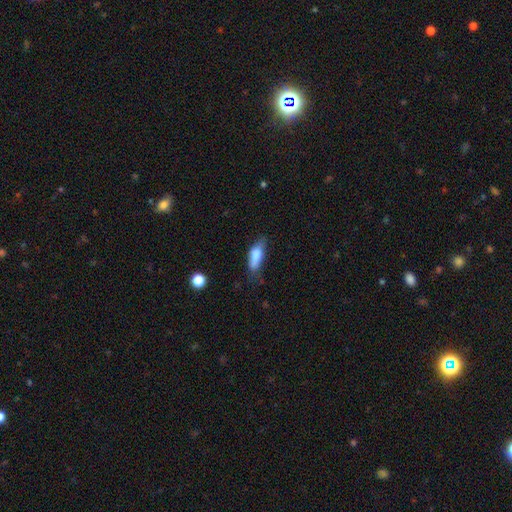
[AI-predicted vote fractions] Smooth or featured?
  - smooth: 80% *
  - featured or disk: 12%
  - star or artifact: 8%
How rounded?
  - in between: 67% *
  - cigar-shaped: 31%
  - round: 3%
Merging?
  - none: 49% *
  - minor disturbance: 35%
  - major disturbance: 12%
  - merger: 3%